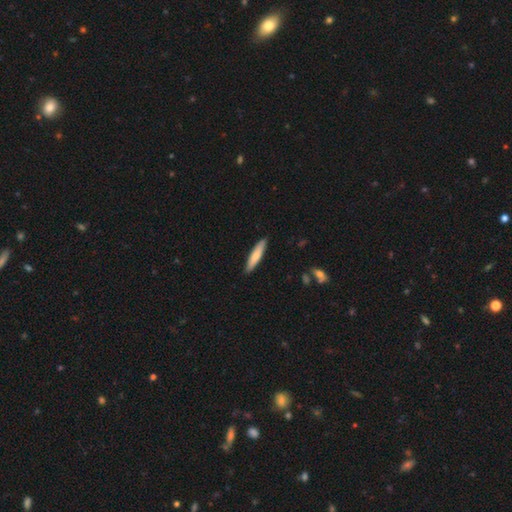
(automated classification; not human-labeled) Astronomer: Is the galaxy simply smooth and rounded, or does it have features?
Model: smooth — 73%.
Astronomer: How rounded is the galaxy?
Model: cigar-shaped — 86%.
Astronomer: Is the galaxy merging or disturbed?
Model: none — 89%.